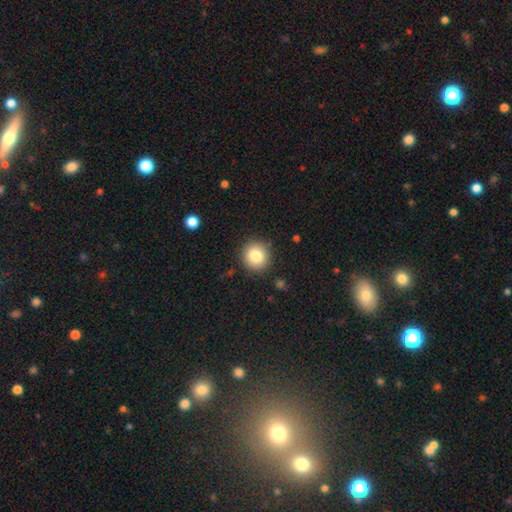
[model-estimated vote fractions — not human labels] Q: Smooth or featured?
A: smooth (82%); runner-up: star or artifact (10%)
Q: How rounded?
A: round (90%); runner-up: in between (9%)
Q: Merging?
A: none (89%); runner-up: minor disturbance (8%)